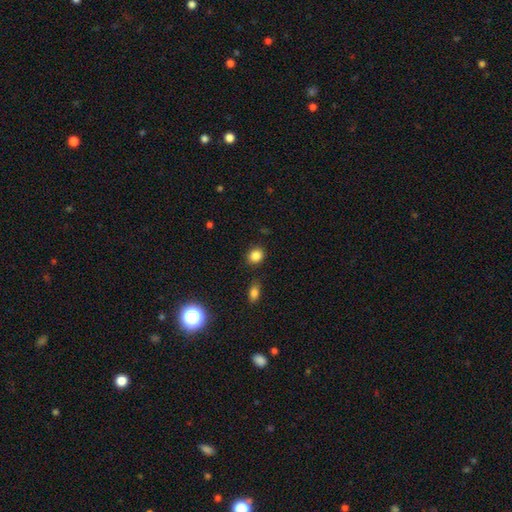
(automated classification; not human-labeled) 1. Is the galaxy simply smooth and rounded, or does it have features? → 86% smooth, 10% star or artifact, 4% featured or disk.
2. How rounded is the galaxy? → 69% round, 30% in between, 1% cigar-shaped.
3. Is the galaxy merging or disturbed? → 85% none, 9% minor disturbance, 3% merger, 3% major disturbance.